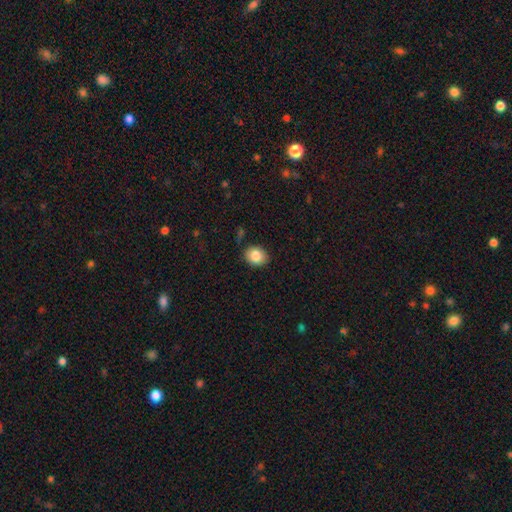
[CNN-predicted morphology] Smooth or featured: smooth — 85% (star or artifact — 8%)
How rounded: round — 53% (in between — 46%)
Merging: none — 84% (minor disturbance — 11%)